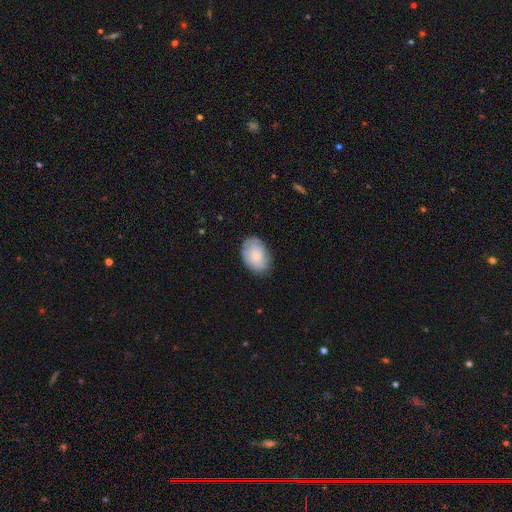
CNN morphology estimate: smooth 77%, featured or disk 16%, star or artifact 7%. Down the decision tree: how rounded — in between (84%); merging — none (75%).